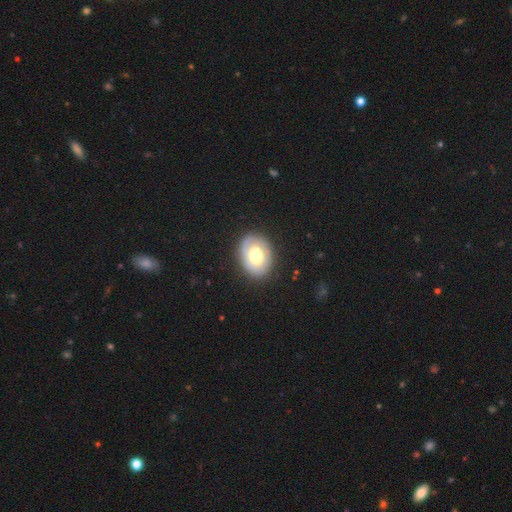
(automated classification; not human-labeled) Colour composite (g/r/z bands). It shows a smooth galaxy with no disk features (49%). Merging: none (82%).